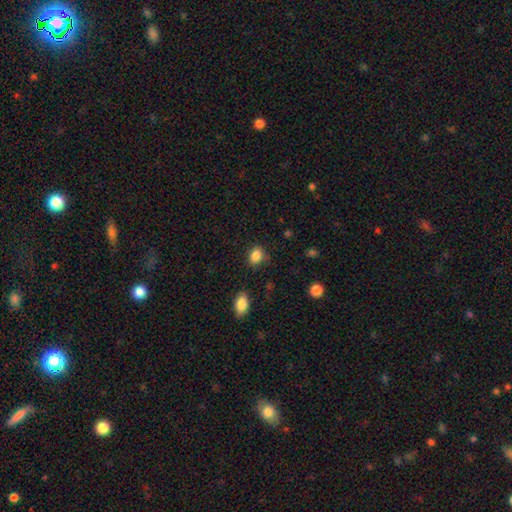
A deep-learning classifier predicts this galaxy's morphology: Smooth or featured?
  - smooth: 86% *
  - star or artifact: 10%
  - featured or disk: 4%
How rounded?
  - in between: 53% *
  - round: 46%
  - cigar-shaped: 1%
Merging?
  - none: 79% *
  - minor disturbance: 15%
  - major disturbance: 4%
  - merger: 2%